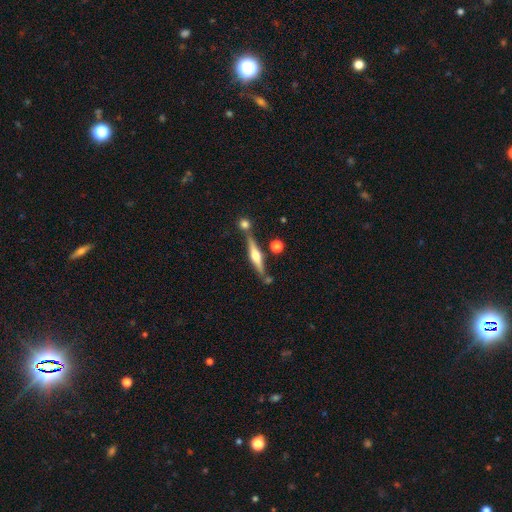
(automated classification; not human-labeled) Smooth or featured? featured or disk (69%)
Edge-on disk? yes (96%)
Edge-on bulge? rounded (91%)
Merging? none (74%)